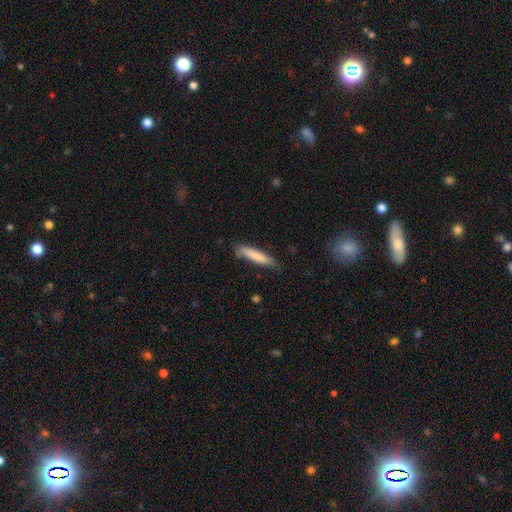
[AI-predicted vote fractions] Smooth or featured?
  - smooth: 79% *
  - featured or disk: 16%
  - star or artifact: 6%
How rounded?
  - cigar-shaped: 88% *
  - in between: 11%
  - round: 1%
Merging?
  - none: 70% *
  - minor disturbance: 24%
  - major disturbance: 4%
  - merger: 2%